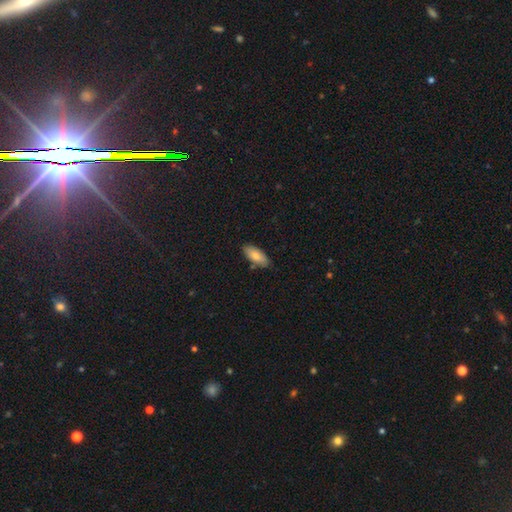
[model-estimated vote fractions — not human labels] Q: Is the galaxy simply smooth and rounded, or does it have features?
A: smooth — 80%.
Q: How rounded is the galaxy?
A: in between — 84%.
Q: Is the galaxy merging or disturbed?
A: none — 82%.